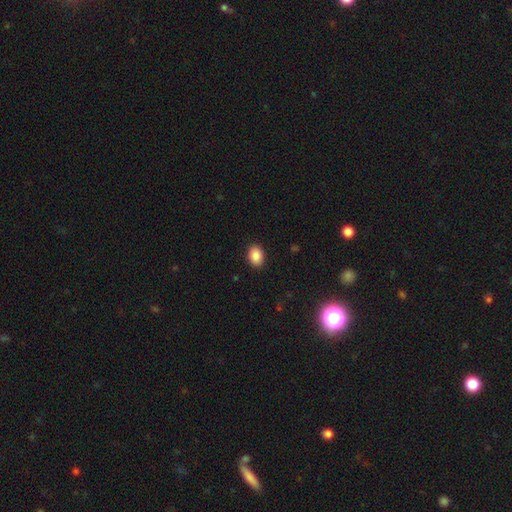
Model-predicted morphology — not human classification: A smooth galaxy with no disk features (89%) that is in between round and cigar-shaped (77%). Merging: none (90%).